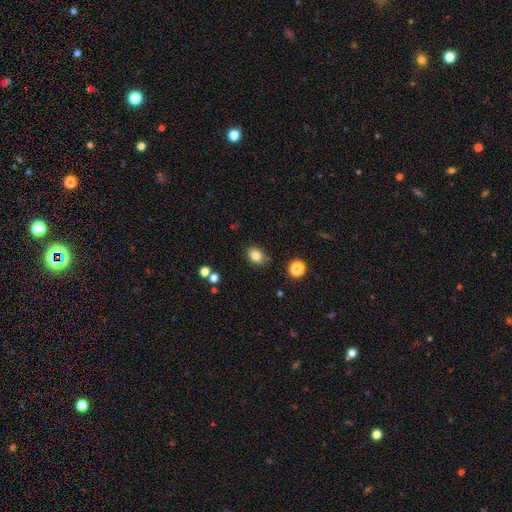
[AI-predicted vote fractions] Morphology: type=smooth (83%); roundness=in between (57%); merging=none (81%).